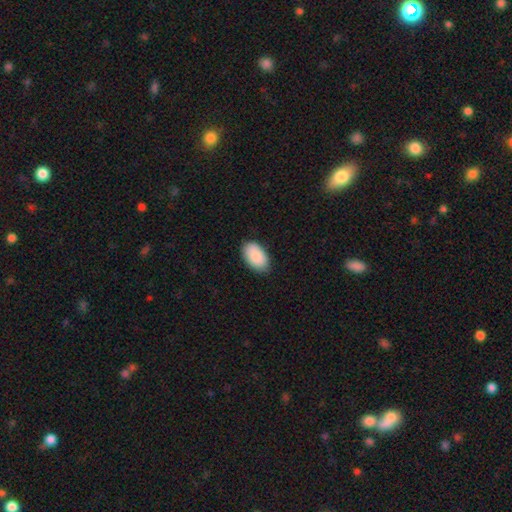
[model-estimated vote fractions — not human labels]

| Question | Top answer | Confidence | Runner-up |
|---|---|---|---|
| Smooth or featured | smooth | 90% | star or artifact (6%) |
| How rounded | in between | 95% | round (4%) |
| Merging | none | 84% | minor disturbance (12%) |